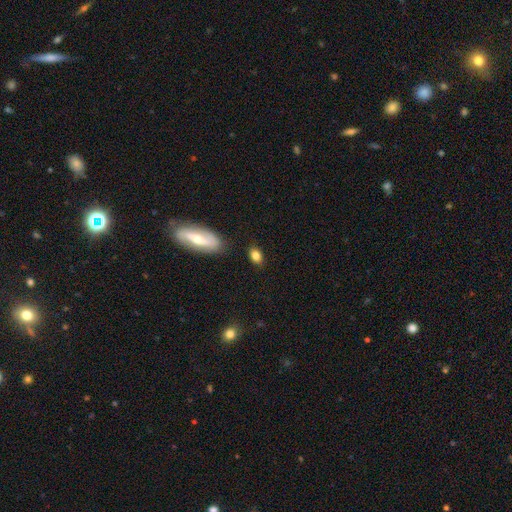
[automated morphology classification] A smooth galaxy with no disk features (80%) that is in between round and cigar-shaped (78%).

Vote fractions:
- Smooth or featured? smooth: 80% / featured or disk: 12% / star or artifact: 9%
- How rounded? in between: 78% / round: 17% / cigar-shaped: 5%
- Merging? none: 83% / minor disturbance: 12% / major disturbance: 3% / merger: 3%